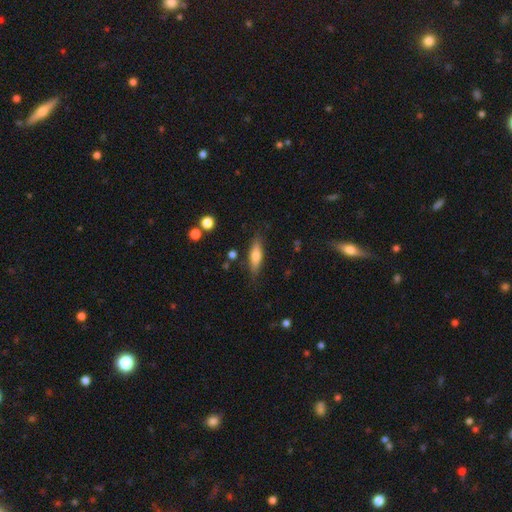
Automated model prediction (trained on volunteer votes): Morphology: type=smooth (67%); roundness=cigar-shaped (54%); merging=none (81%).